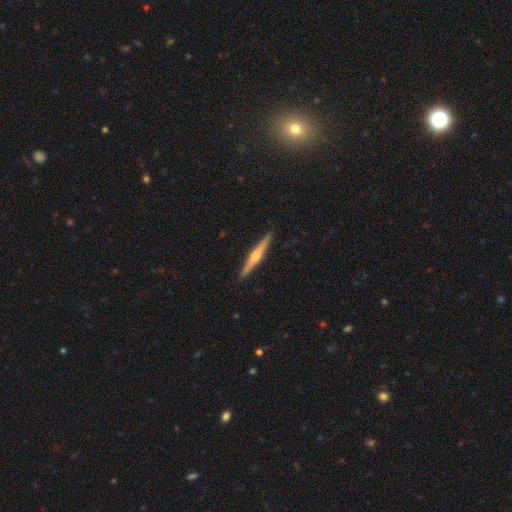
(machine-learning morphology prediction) Smooth or featured?
  - featured or disk: 71% *
  - smooth: 23%
  - star or artifact: 5%
Edge-on disk?
  - yes: 98% *
  - no: 2%
Edge-on bulge?
  - rounded: 84% *
  - boxy: 9%
  - none: 6%
Merging?
  - none: 92% *
  - minor disturbance: 6%
  - major disturbance: 1%
  - merger: 1%